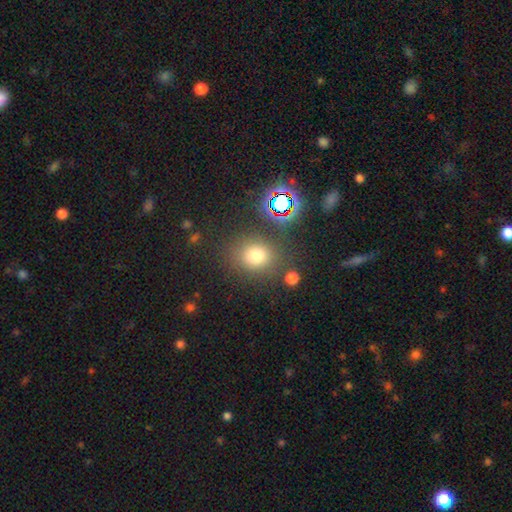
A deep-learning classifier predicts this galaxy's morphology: Smooth or featured?
  - smooth: 73% *
  - star or artifact: 19%
  - featured or disk: 8%
How rounded?
  - round: 74% *
  - in between: 25%
  - cigar-shaped: 1%
Merging?
  - none: 80% *
  - minor disturbance: 10%
  - merger: 5%
  - major disturbance: 5%